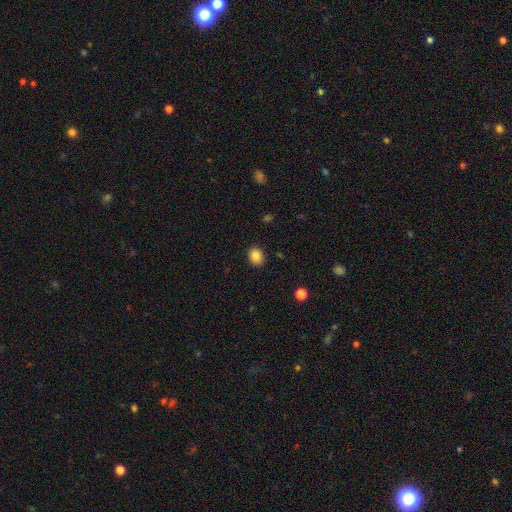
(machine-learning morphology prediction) type=smooth (84%); roundness=round (56%); merging=none (88%).